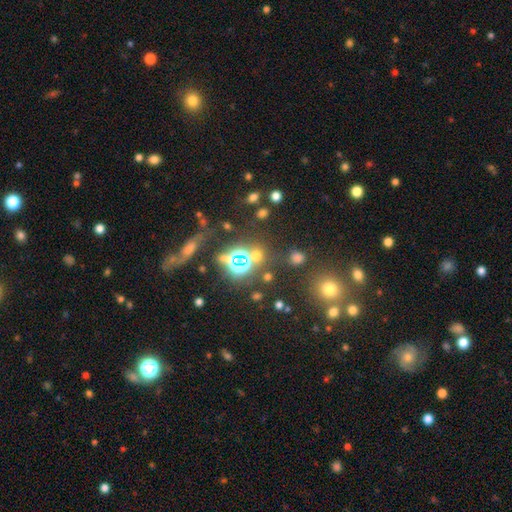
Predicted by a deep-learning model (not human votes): A star or artifact, not a galaxy (55%).